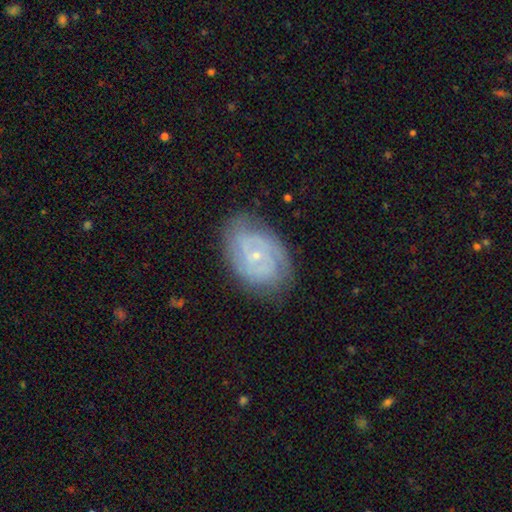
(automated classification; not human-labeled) A featured or disk galaxy (80%) with no bar (66%), 2 (43%) tight (63%) spiral arms (93%) and a small central bulge (78%). Merging: none (77%).